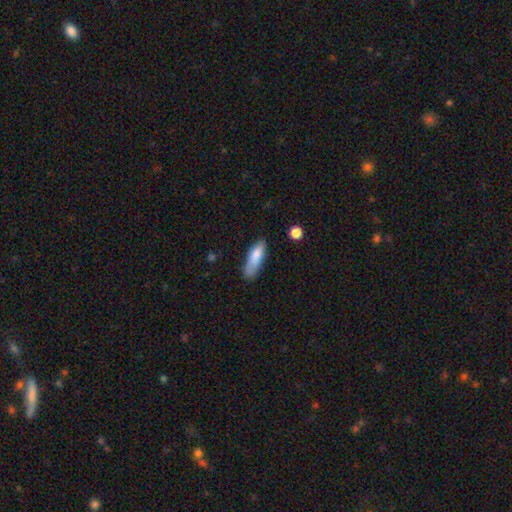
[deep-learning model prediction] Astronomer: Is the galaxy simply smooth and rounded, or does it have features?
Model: smooth — 81%.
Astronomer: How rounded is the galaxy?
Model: cigar-shaped — 50% (runner-up: in between, 48%).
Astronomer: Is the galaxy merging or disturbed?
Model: none — 59%.